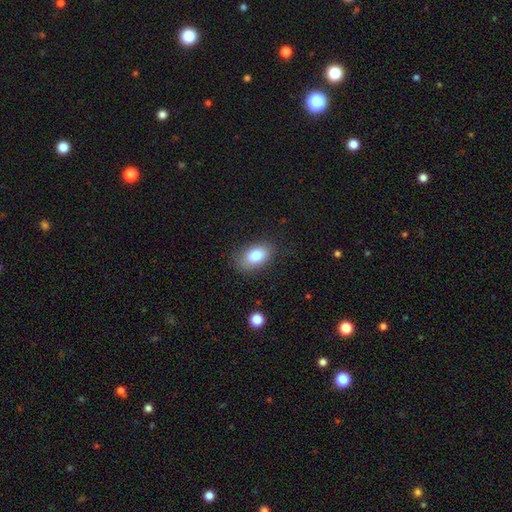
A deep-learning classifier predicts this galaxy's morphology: A smooth galaxy with no disk features (80%) that is in between round and cigar-shaped (88%). Merging: none (83%).